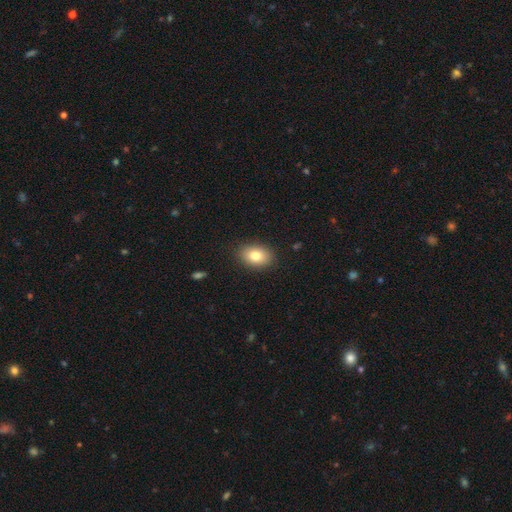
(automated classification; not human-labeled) This appears to be a smooth galaxy with no disk features (81%) that is in between round and cigar-shaped (82%). Merging: none (88%).